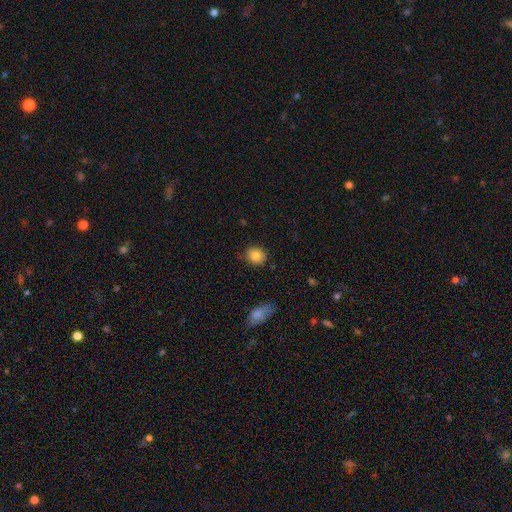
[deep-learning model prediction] This appears to be a smooth galaxy with no disk features (86%) that is round (63%). Merging: none (82%).